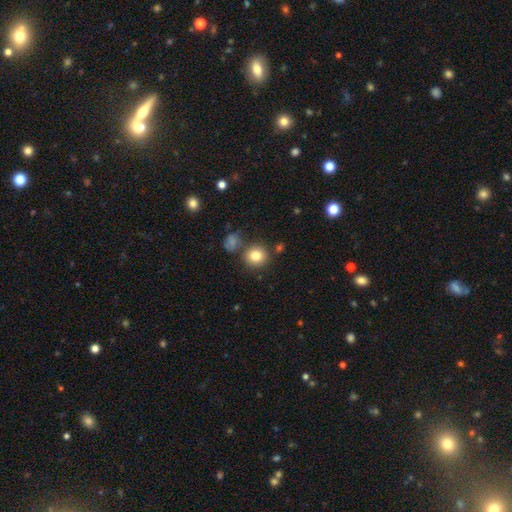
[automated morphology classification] type=smooth (82%); roundness=round (89%); merging=none (80%).